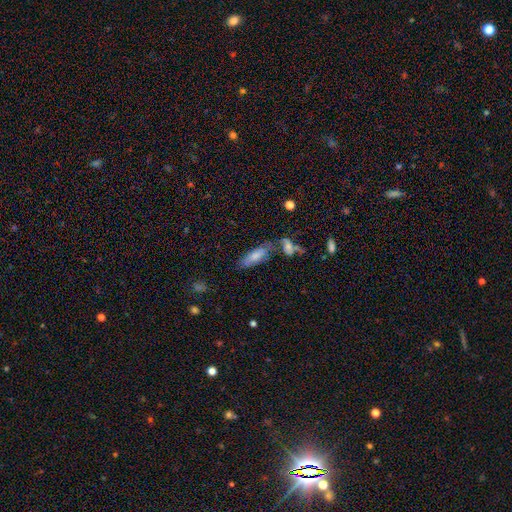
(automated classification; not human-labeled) This appears to be a smooth galaxy with no disk features (70%) that is in between round and cigar-shaped (62%). Merging: none (57%).